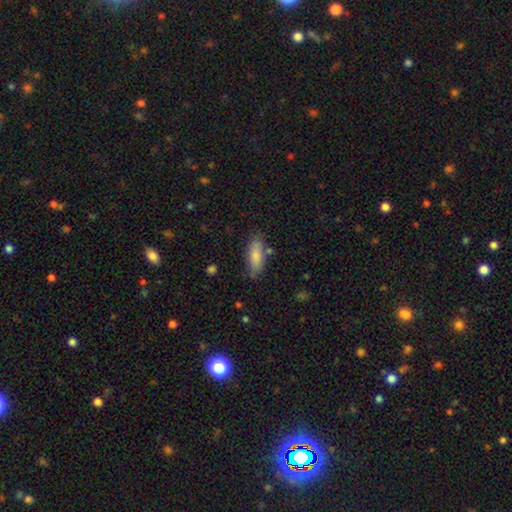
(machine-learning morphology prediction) This appears to be a smooth galaxy with no disk features (80%) that is in between round and cigar-shaped (66%). Merging: none (71%).